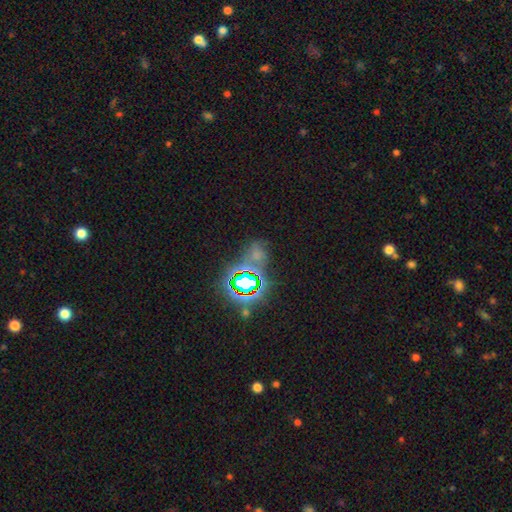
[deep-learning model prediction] star or artifact 56%, smooth 32%, featured or disk 13%.